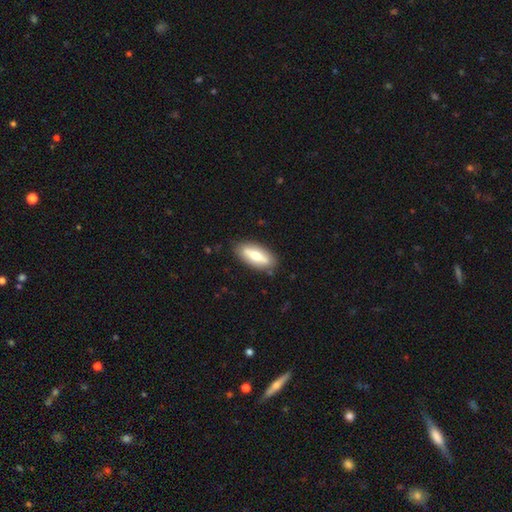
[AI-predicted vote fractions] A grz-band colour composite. It shows a smooth galaxy with no disk features (61%) that is in between round and cigar-shaped (74%). Merging: none (84%).